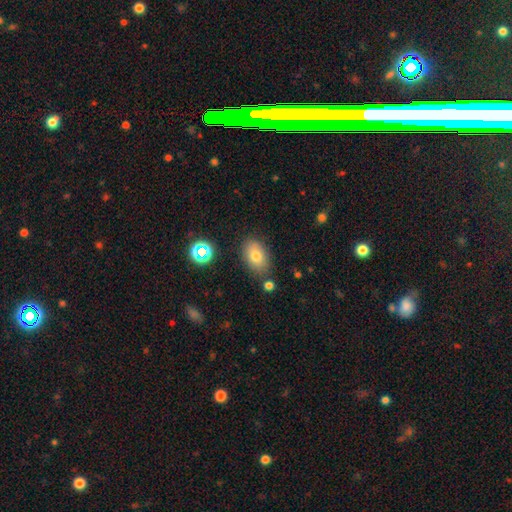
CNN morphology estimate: This is likely a smooth galaxy (75%). How rounded: clearly in between (86%). Merging: likely none (79%).